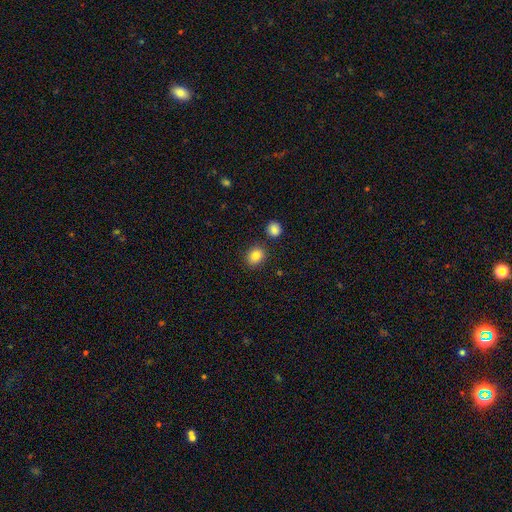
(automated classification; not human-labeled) Smooth or featured? smooth (84%)
How rounded? round (62%)
Merging? none (83%)